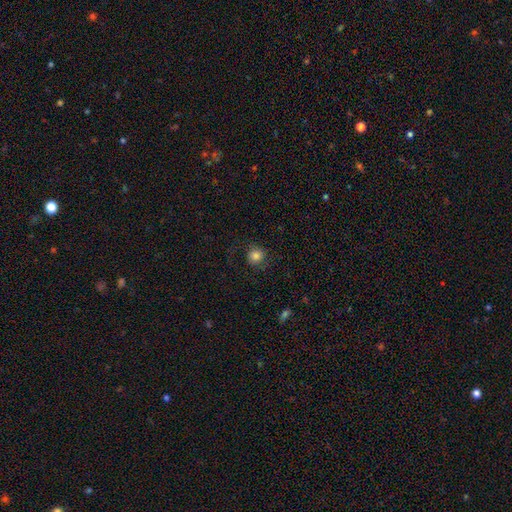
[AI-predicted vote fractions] Smooth or featured: smooth — 76% (featured or disk — 14%)
How rounded: round — 89% (in between — 10%)
Merging: none — 76% (minor disturbance — 13%)